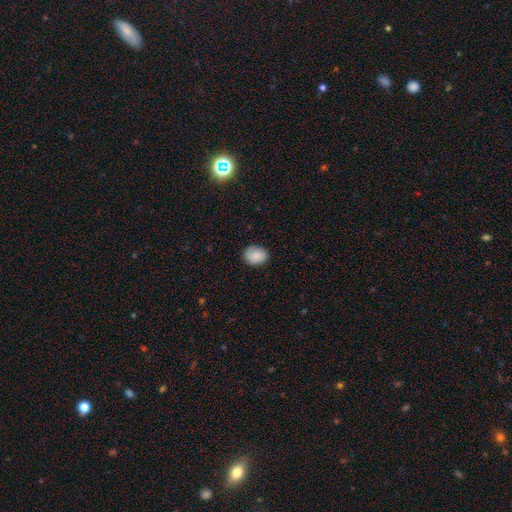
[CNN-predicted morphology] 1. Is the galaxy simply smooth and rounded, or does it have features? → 87% smooth, 7% star or artifact, 6% featured or disk.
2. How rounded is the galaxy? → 55% in between, 45% round, 1% cigar-shaped.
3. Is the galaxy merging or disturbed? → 84% none, 13% minor disturbance, 2% major disturbance, 1% merger.